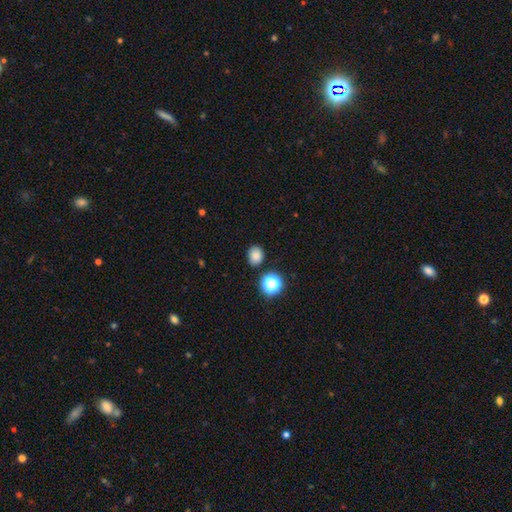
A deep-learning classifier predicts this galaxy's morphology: Q: Smooth or featured?
A: smooth (80%); runner-up: star or artifact (15%)
Q: How rounded?
A: round (60%); runner-up: in between (39%)
Q: Merging?
A: none (85%); runner-up: minor disturbance (9%)